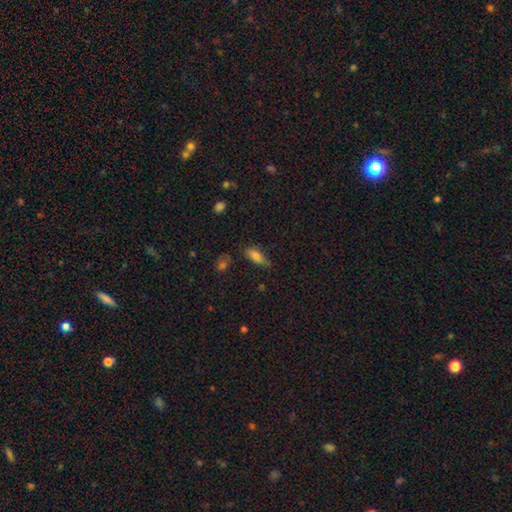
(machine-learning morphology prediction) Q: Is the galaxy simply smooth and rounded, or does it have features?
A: smooth — 78%.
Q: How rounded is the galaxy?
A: in between — 69%.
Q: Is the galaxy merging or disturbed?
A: none — 60%.